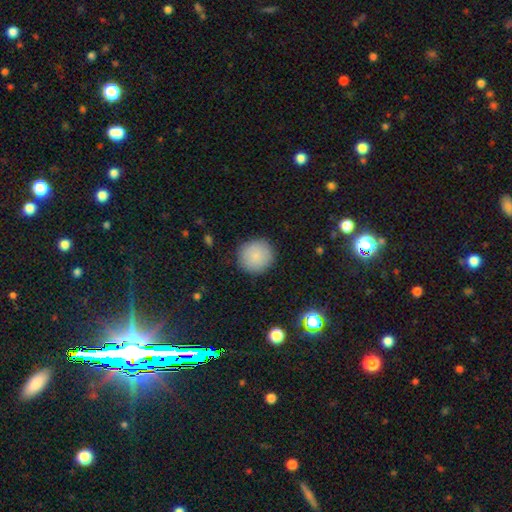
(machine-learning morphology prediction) This appears to be a smooth galaxy with no disk features (86%) that is round (94%). Merging: none (89%).